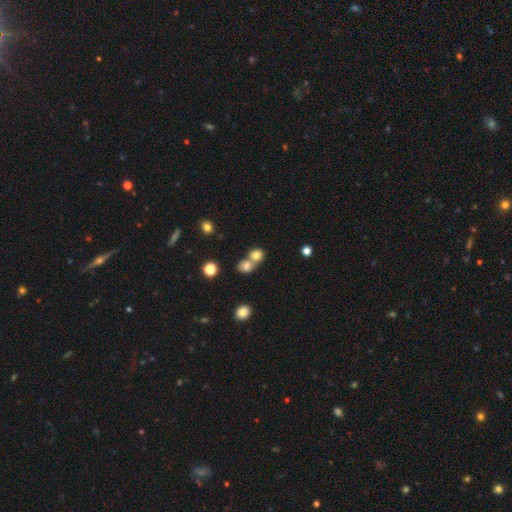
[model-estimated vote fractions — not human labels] This is likely a smooth galaxy (79%). How rounded: likely round (73%). Merging: likely merger (61%).